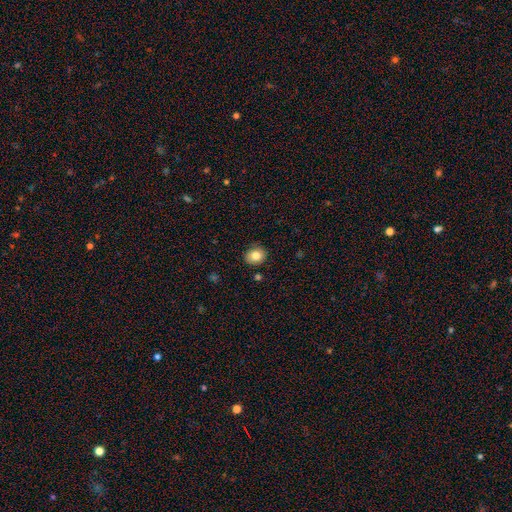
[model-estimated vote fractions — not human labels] smooth 82%, star or artifact 9%, featured or disk 9%. Down the decision tree: how rounded — round (68%); merging — none (88%).